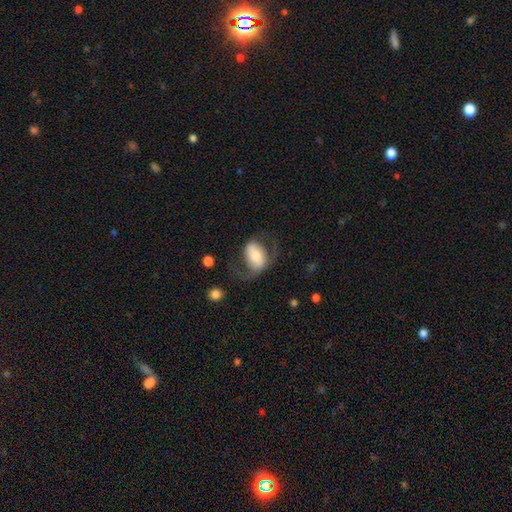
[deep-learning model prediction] Morphology: type=featured or disk (51%); edge-on=no (93%); merging=none (50%).